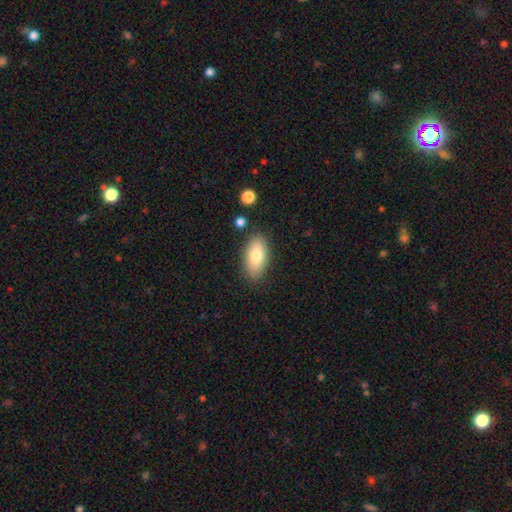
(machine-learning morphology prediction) smooth 78%, featured or disk 15%, star or artifact 7%. Down the decision tree: how rounded — in between (90%); merging — none (84%).